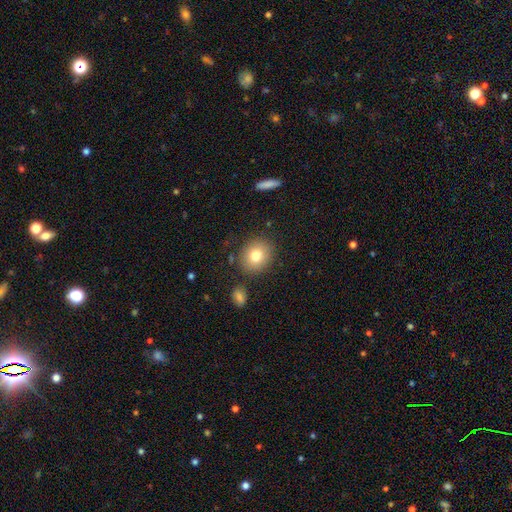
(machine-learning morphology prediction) A smooth galaxy with no disk features (78%) that is round (71%).

Vote fractions:
- Smooth or featured? smooth: 78% / featured or disk: 11% / star or artifact: 10%
- How rounded? round: 71% / in between: 28% / cigar-shaped: 1%
- Merging? none: 83% / minor disturbance: 10% / merger: 4% / major disturbance: 3%